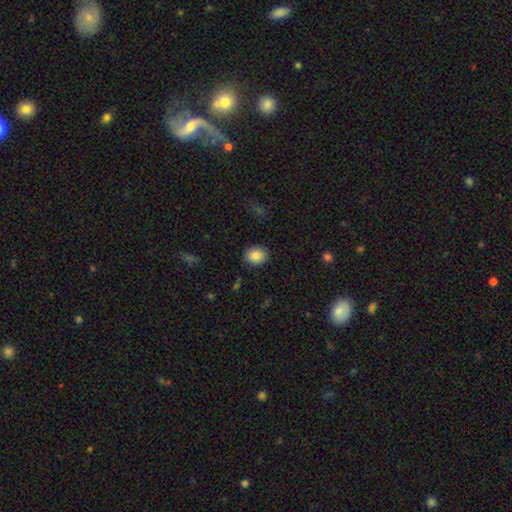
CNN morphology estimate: The model was most divided on "how rounded": round: 62%, in between: 38%, cigar-shaped: 1%. More confident: merging — none (89%); smooth or featured — smooth (87%).